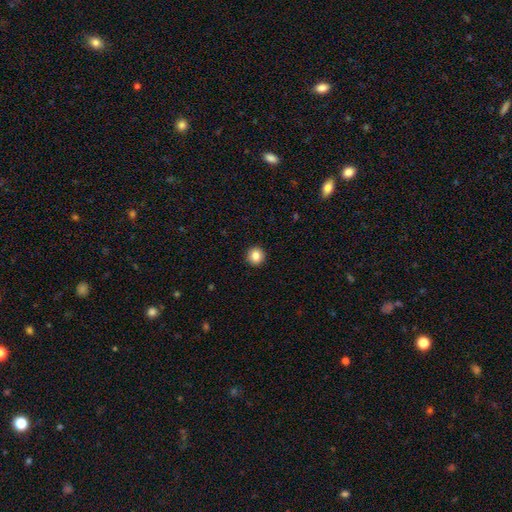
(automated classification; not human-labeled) Smooth or featured: smooth — 85% (star or artifact — 9%)
How rounded: round — 94% (in between — 5%)
Merging: none — 93% (minor disturbance — 4%)